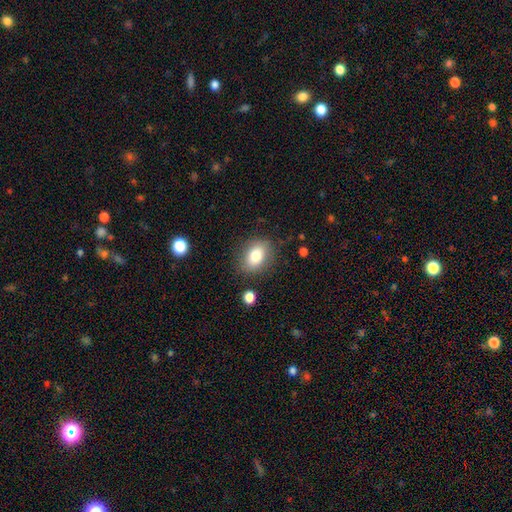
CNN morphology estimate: Overall: smooth (80%). How rounded: in between (72%). Merging: none (80%).